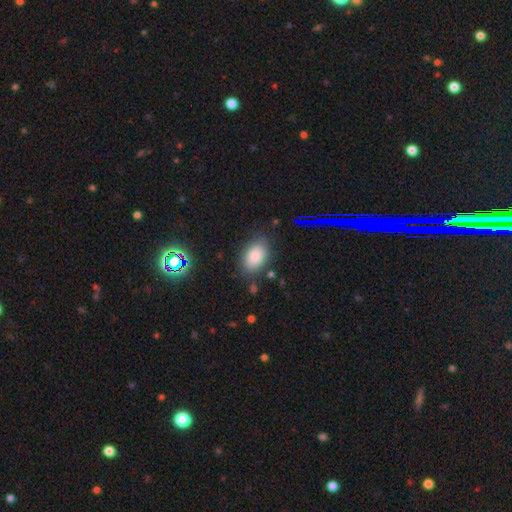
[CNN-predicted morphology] This appears to be a smooth galaxy with no disk features (82%) that is in between round and cigar-shaped (90%). Merging: none (81%).